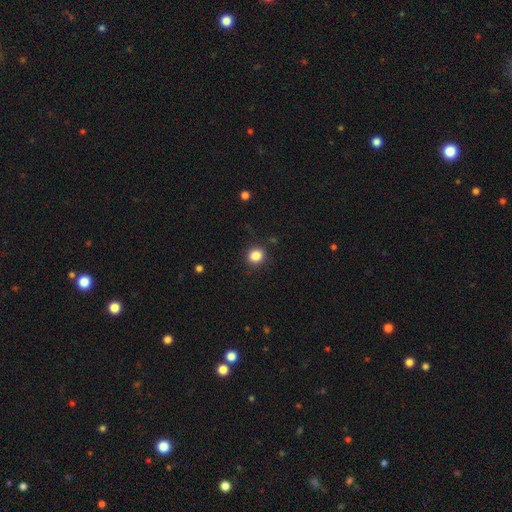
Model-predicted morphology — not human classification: Overall: smooth (85%). How rounded: round (84%). Merging: none (89%).